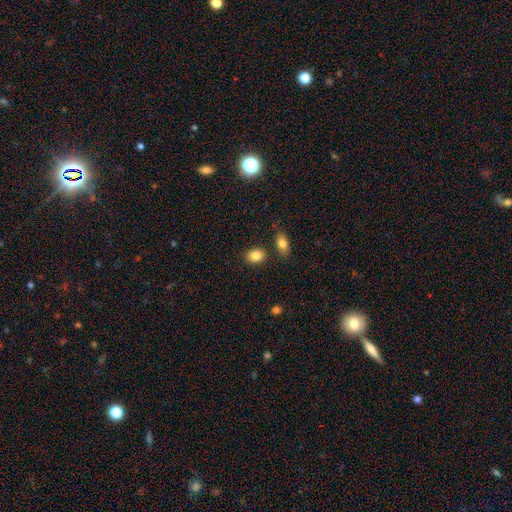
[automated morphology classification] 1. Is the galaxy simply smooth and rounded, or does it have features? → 86% smooth, 8% star or artifact, 6% featured or disk.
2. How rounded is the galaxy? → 65% in between, 34% round, 1% cigar-shaped.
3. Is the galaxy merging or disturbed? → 80% none, 10% minor disturbance, 7% merger, 3% major disturbance.